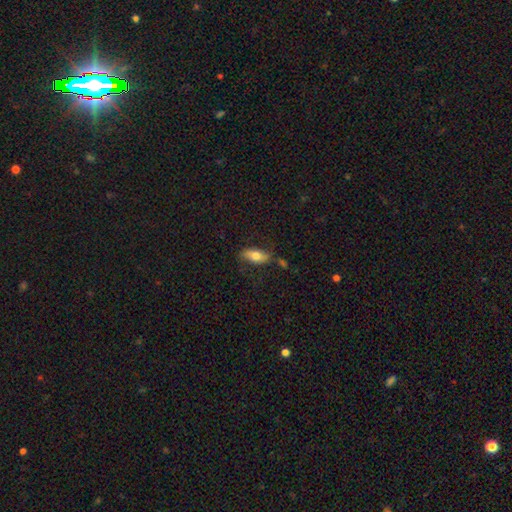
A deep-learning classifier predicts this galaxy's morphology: Smooth or featured? smooth (63%)
How rounded? in between (76%)
Merging? none (71%)